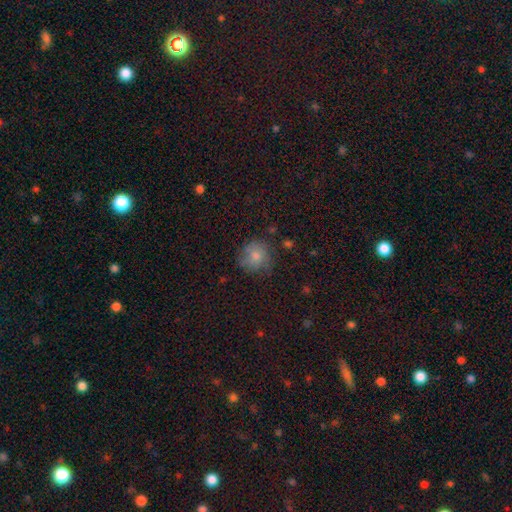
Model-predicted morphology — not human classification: Smooth or featured? smooth (74%)
How rounded? round (87%)
Merging? none (66%)